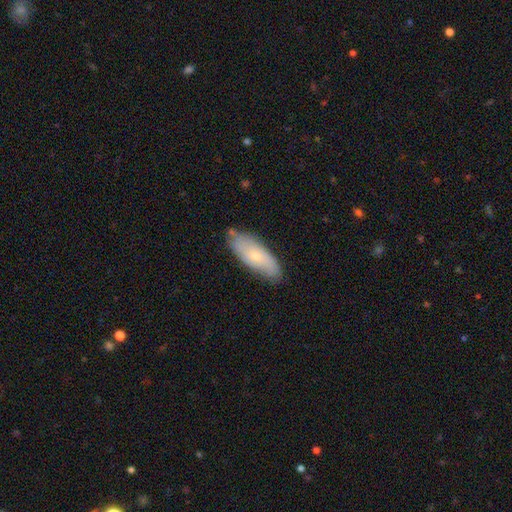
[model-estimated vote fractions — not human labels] Morphology: type=smooth (59%); roundness=in between (69%); merging=none (76%).